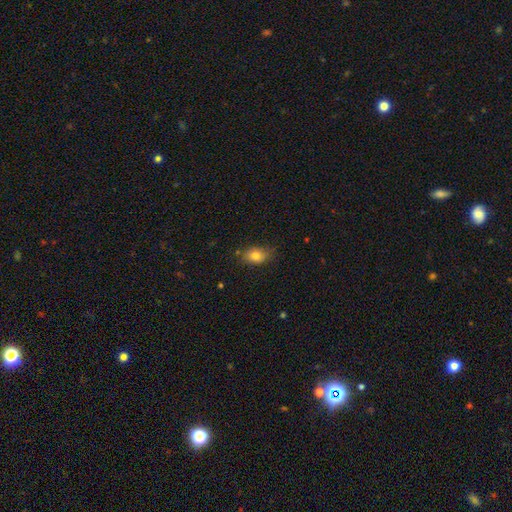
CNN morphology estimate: Smooth or featured: smooth — 80% (featured or disk — 10%)
How rounded: in between — 73% (round — 25%)
Merging: none — 73% (minor disturbance — 21%)